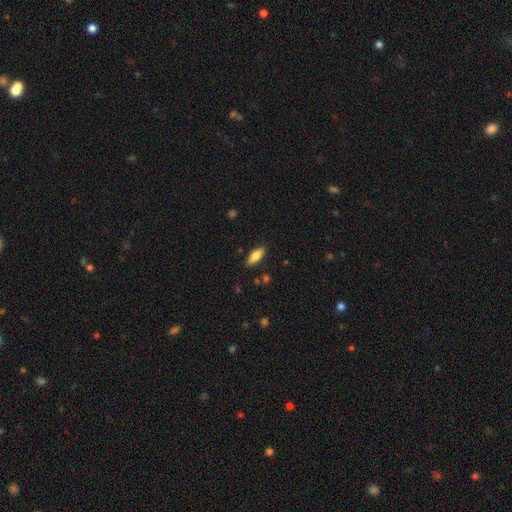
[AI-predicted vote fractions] A smooth galaxy with no disk features (76%) that is in between round and cigar-shaped (74%).

Vote fractions:
- Smooth or featured? smooth: 76% / featured or disk: 18% / star or artifact: 7%
- How rounded? in between: 74% / cigar-shaped: 24% / round: 2%
- Merging? none: 86% / minor disturbance: 10% / major disturbance: 2% / merger: 2%